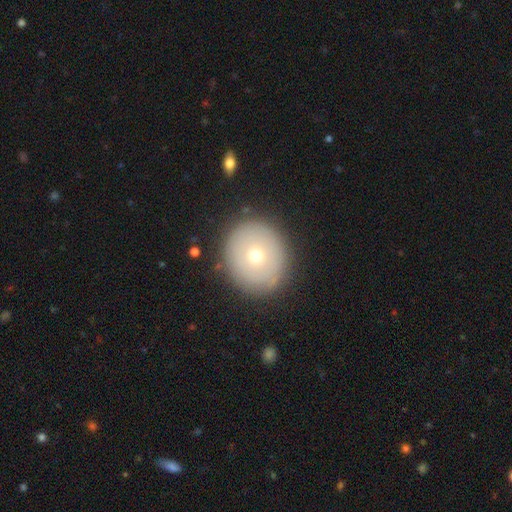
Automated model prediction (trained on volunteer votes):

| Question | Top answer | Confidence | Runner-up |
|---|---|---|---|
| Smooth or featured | smooth | 63% | featured or disk (27%) |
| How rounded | round | 83% | in between (16%) |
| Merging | none | 87% | minor disturbance (9%) |